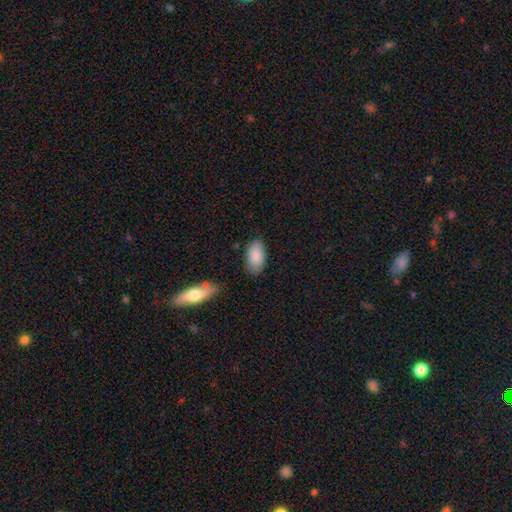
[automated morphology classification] This appears to be a smooth galaxy with no disk features (85%) that is in between round and cigar-shaped (94%). Merging: none (80%).